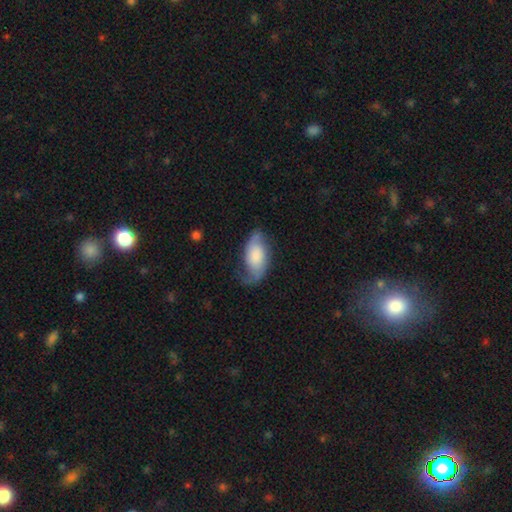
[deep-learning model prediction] The model was most divided on "smooth or featured": featured or disk: 47%, smooth: 46%, star or artifact: 7%. More confident: merging — none (56%).